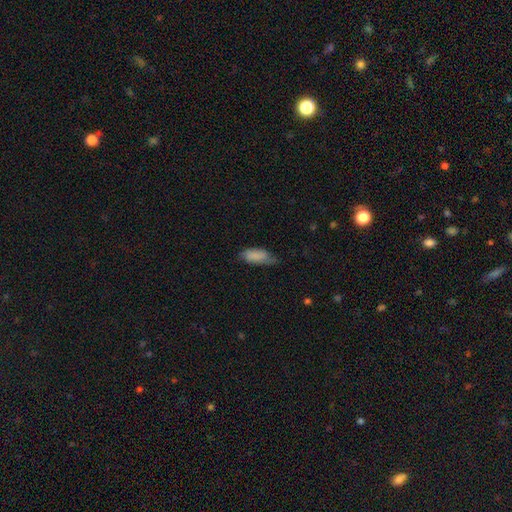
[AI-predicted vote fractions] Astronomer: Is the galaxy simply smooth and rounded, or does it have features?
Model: smooth — 83%.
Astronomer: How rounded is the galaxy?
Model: in between — 82%.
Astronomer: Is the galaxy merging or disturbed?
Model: none — 50% (runner-up: minor disturbance, 39%).